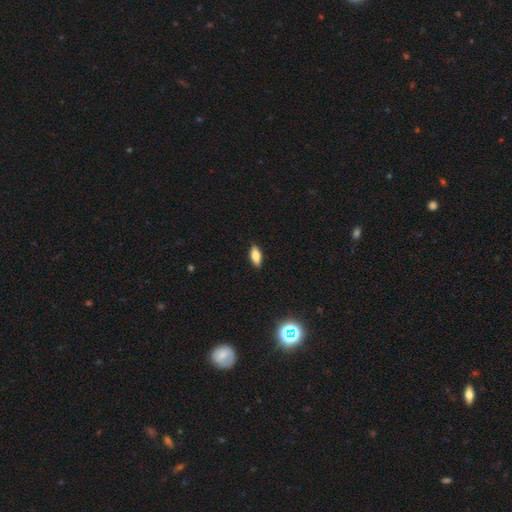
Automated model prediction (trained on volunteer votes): Smooth or featured?
  - smooth: 70% *
  - featured or disk: 22%
  - star or artifact: 8%
How rounded?
  - in between: 80% *
  - cigar-shaped: 17%
  - round: 3%
Merging?
  - none: 89% *
  - minor disturbance: 8%
  - major disturbance: 2%
  - merger: 1%